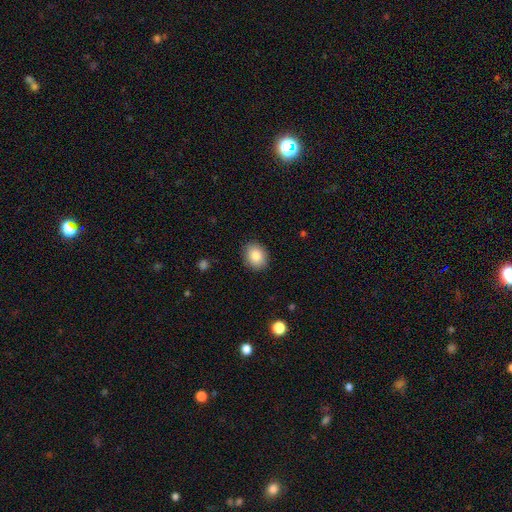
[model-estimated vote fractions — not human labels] smooth-or-featured: smooth: 86% | star or artifact: 8% | featured or disk: 7%
  how-rounded: in between: 52% | round: 47% | cigar-shaped: 1%
  merging: none: 88% | minor disturbance: 9% | major disturbance: 2% | merger: 1%